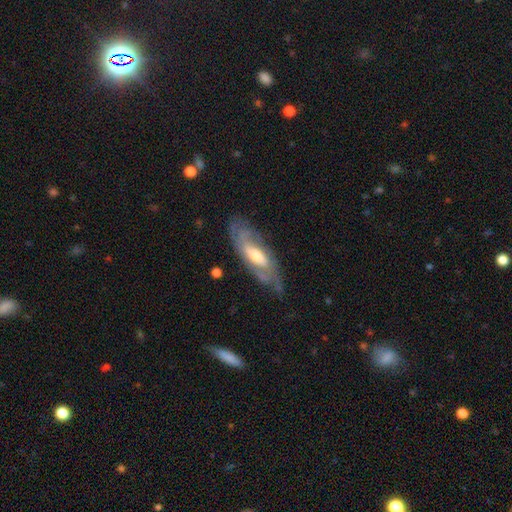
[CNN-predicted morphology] Q: Smooth or featured?
A: featured or disk (74%); runner-up: smooth (20%)
Q: Edge-on disk?
A: no (79%); runner-up: yes (21%)
Q: Bar?
A: weak (42%); tied with: no (42%)
Q: Spiral arms?
A: yes (83%); runner-up: no (17%)
Q: Bulge size?
A: moderate (64%); runner-up: small (20%)
Q: Merging?
A: none (64%); runner-up: minor disturbance (23%)